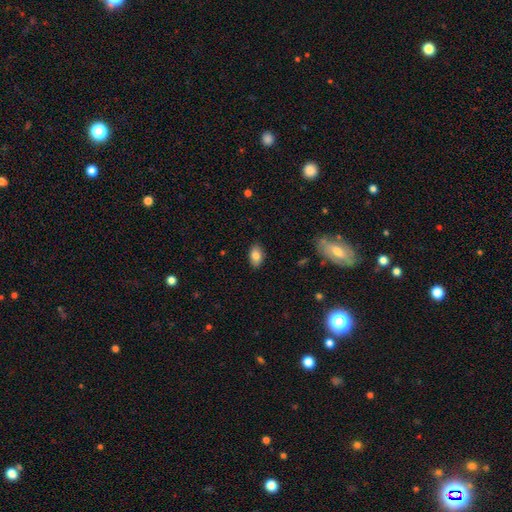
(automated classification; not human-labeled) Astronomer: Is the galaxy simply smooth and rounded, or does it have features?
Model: smooth — 83%.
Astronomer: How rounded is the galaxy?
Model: in between — 90%.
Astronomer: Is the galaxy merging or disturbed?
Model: none — 86%.